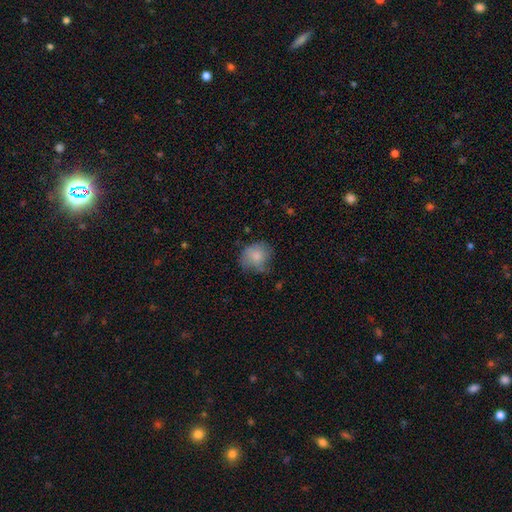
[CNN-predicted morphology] The model was most divided on "merging": none: 56%, minor disturbance: 31%, major disturbance: 11%, merger: 2%. More confident: smooth or featured — smooth (76%); how rounded — round (73%).